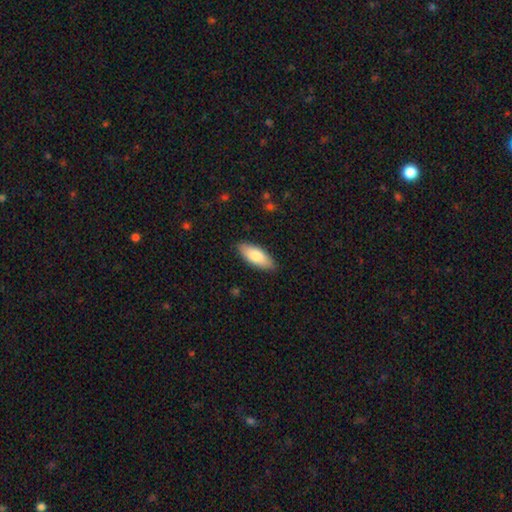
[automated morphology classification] Overall: smooth (79%). How rounded: in between (78%). Merging: none (87%).